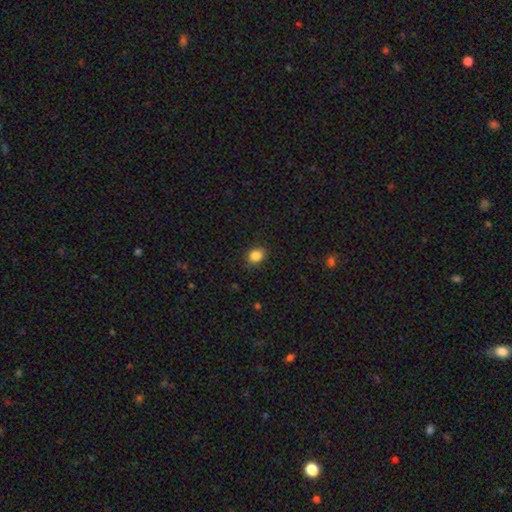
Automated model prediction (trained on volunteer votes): smooth 86%, star or artifact 10%, featured or disk 4%. Down the decision tree: how rounded — round (51%); merging — none (88%).